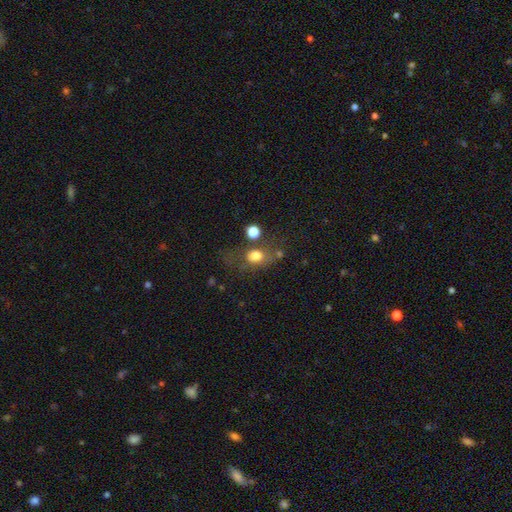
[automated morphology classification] Smooth or featured? smooth (73%)
How rounded? in between (51%)
Merging? none (50%)